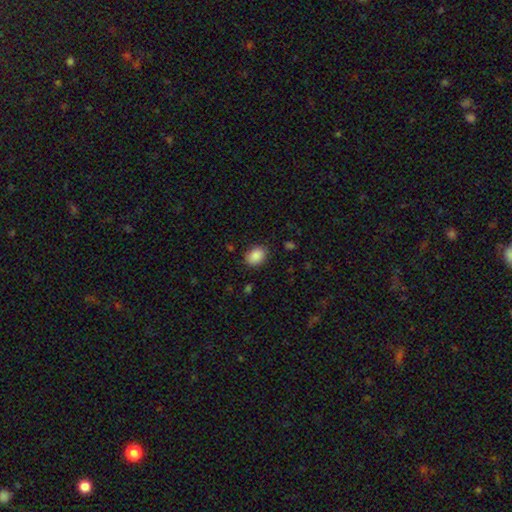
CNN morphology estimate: Smooth or featured?
  - smooth: 89% *
  - star or artifact: 8%
  - featured or disk: 4%
How rounded?
  - in between: 73% *
  - round: 27%
  - cigar-shaped: 1%
Merging?
  - none: 84% *
  - minor disturbance: 12%
  - major disturbance: 3%
  - merger: 1%